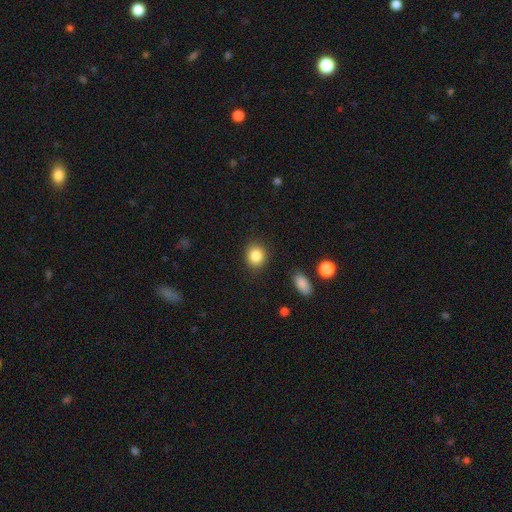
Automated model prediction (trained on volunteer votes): Morphology: type=smooth (86%); roundness=round (75%); merging=none (87%).